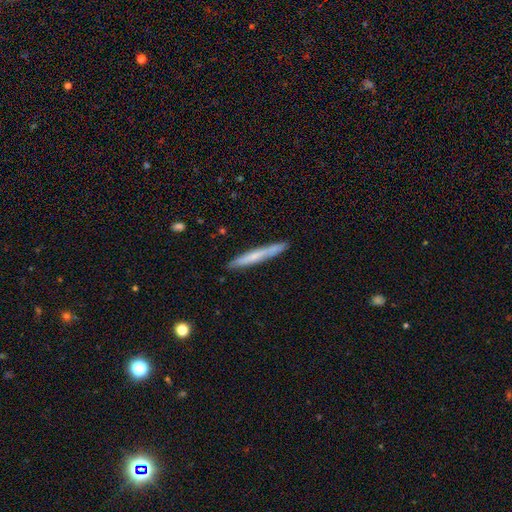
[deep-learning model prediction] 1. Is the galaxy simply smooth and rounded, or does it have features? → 58% smooth, 36% featured or disk, 6% star or artifact.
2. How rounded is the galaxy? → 96% cigar-shaped, 2% in between, 1% round.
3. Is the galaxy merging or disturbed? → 89% none, 8% minor disturbance, 1% major disturbance, 1% merger.